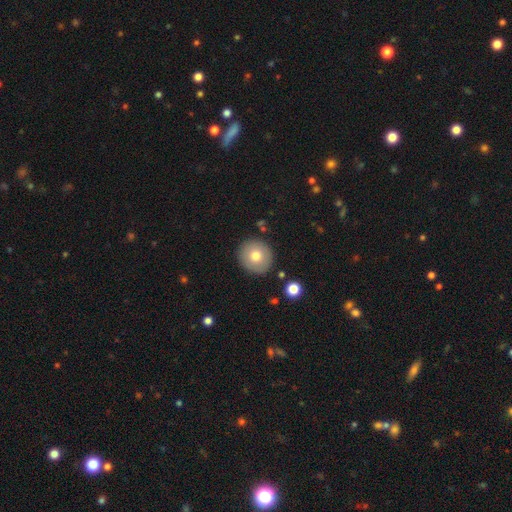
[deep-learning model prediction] smooth 73%, featured or disk 19%, star or artifact 9%. Down the decision tree: how rounded — round (91%); merging — none (89%).